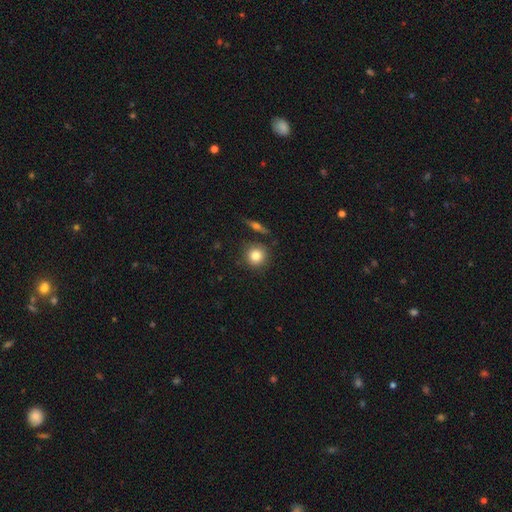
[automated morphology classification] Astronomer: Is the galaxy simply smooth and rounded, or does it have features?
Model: smooth — 81%.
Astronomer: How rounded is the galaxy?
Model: round — 90%.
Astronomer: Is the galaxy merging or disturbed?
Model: none — 82%.